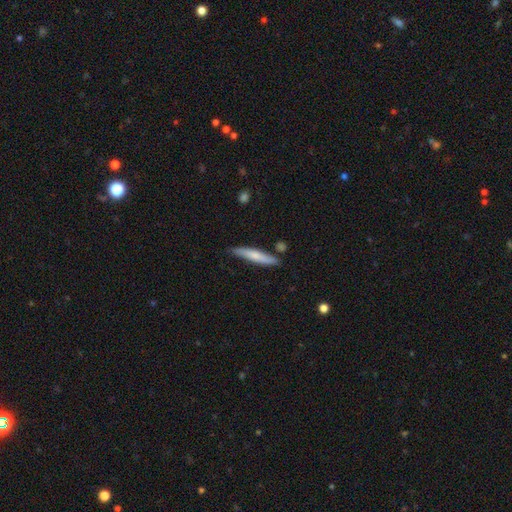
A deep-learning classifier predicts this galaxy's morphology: This appears to be a smooth galaxy with no disk features (65%) that is cigar-shaped (91%). Merging: none (81%).